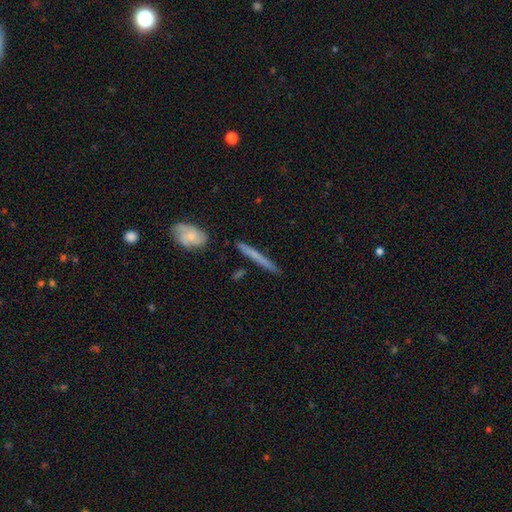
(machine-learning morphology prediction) This appears to be a smooth galaxy with no disk features (49%). Merging: none (85%).